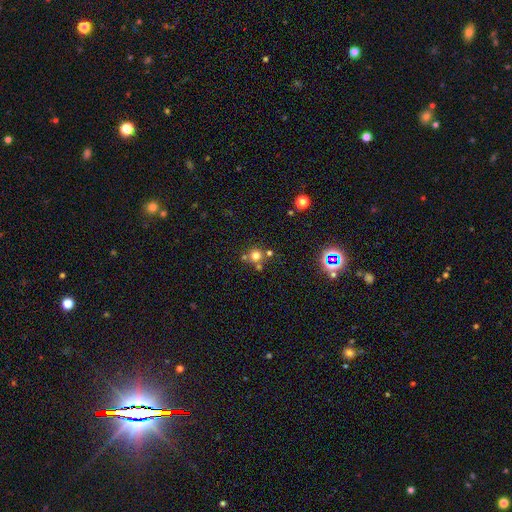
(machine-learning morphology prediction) Smooth or featured: smooth — 69% (star or artifact — 21%)
How rounded: round — 91% (in between — 8%)
Merging: none — 64% (merger — 24%)